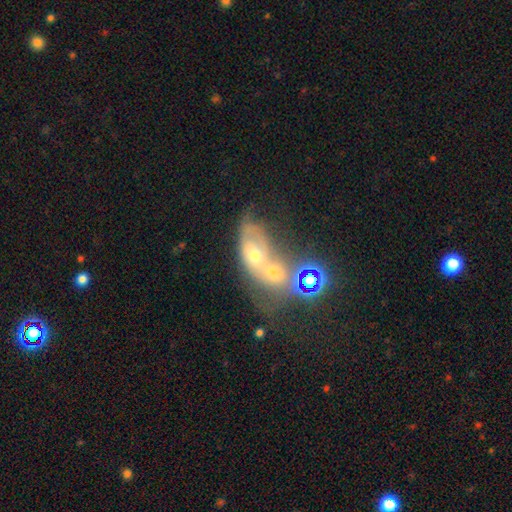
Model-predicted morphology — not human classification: smooth-or-featured: featured or disk: 49% | smooth: 32% | star or artifact: 18%
  merging: merger: 65% | none: 13% | major disturbance: 13% | minor disturbance: 8%